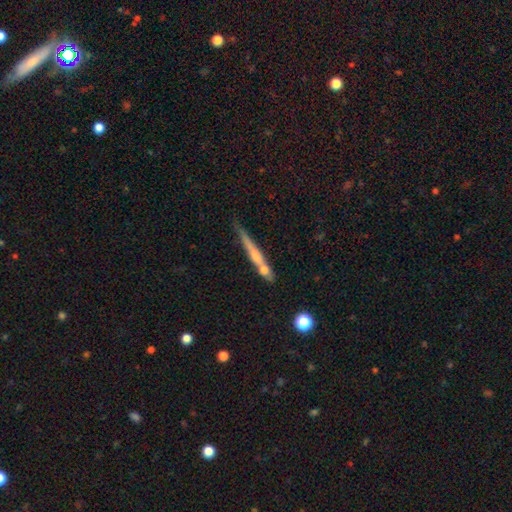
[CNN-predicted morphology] Smooth or featured? featured or disk (56%)
Edge-on disk? yes (95%)
Edge-on bulge? rounded (51%)
Merging? none (74%)